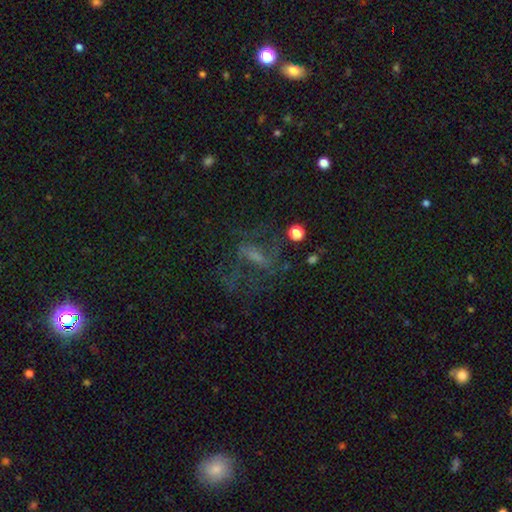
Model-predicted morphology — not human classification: A featured or disk galaxy (55%) with a weak bar (41%), spiral arms (58%) and no central bulge (37%). Merging: none (48%).